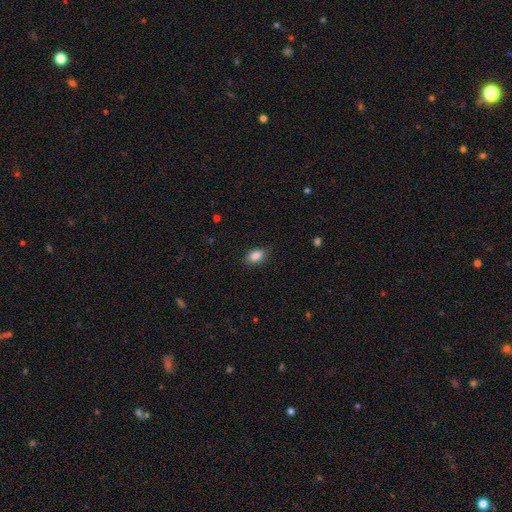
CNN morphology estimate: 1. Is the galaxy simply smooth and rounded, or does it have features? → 87% smooth, 8% star or artifact, 5% featured or disk.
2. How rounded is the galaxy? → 87% in between, 11% round, 3% cigar-shaped.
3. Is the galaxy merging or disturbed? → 84% none, 13% minor disturbance, 3% major disturbance, 1% merger.